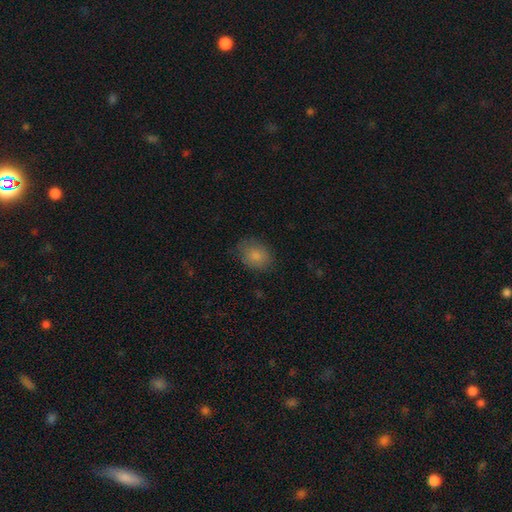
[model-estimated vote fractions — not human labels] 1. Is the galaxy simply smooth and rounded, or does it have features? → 83% smooth, 9% star or artifact, 7% featured or disk.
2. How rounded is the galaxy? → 54% in between, 45% round, 1% cigar-shaped.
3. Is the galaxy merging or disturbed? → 78% none, 17% minor disturbance, 4% major disturbance, 1% merger.